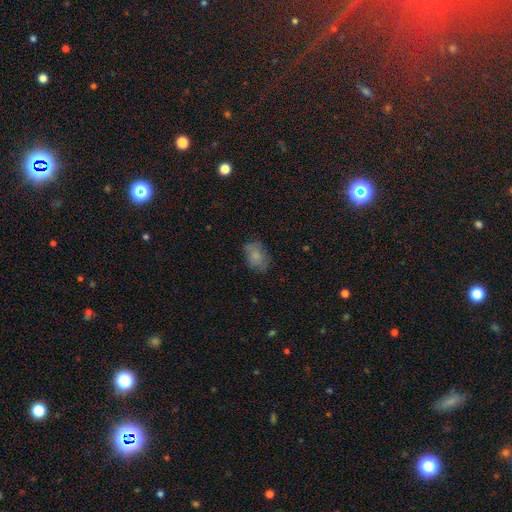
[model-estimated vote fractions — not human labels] Q: Smooth or featured?
A: smooth (78%); runner-up: featured or disk (13%)
Q: How rounded?
A: in between (79%); runner-up: round (19%)
Q: Merging?
A: none (71%); runner-up: minor disturbance (21%)